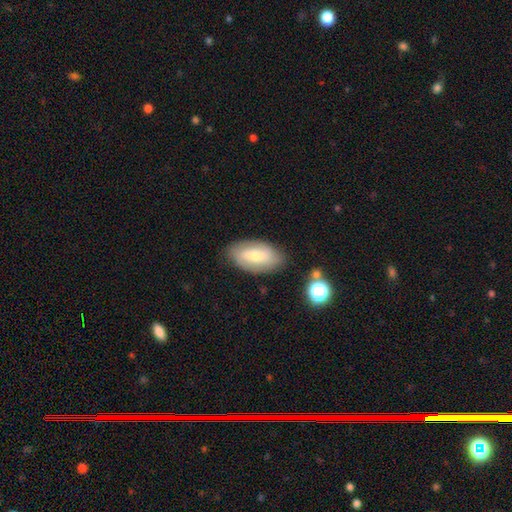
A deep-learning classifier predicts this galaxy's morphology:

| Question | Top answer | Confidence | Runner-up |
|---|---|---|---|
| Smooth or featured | smooth | 56% | featured or disk (37%) |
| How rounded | in between | 92% | cigar-shaped (4%) |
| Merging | none | 80% | minor disturbance (14%) |